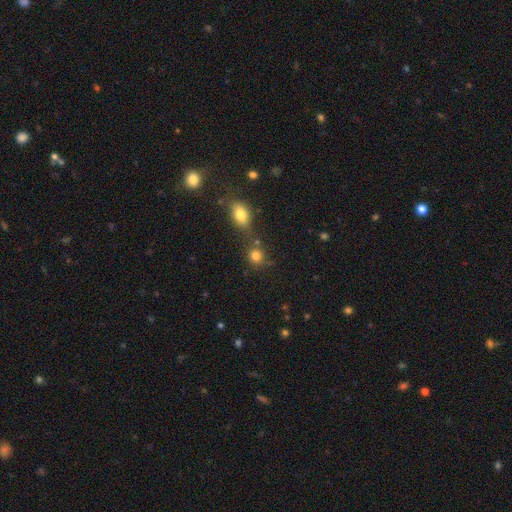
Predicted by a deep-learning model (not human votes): Q: Smooth or featured?
A: smooth (81%); runner-up: star or artifact (13%)
Q: How rounded?
A: round (82%); runner-up: in between (17%)
Q: Merging?
A: none (62%); runner-up: merger (24%)